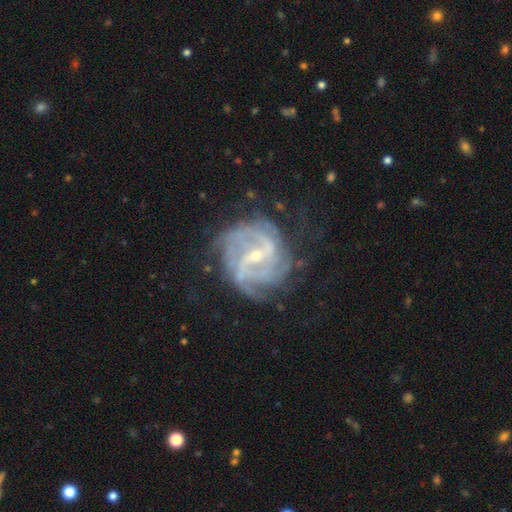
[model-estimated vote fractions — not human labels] Q: Smooth or featured?
A: featured or disk (90%); runner-up: star or artifact (6%)
Q: Edge-on disk?
A: no (97%); runner-up: yes (3%)
Q: Bar?
A: weak (47%); runner-up: strong (40%)
Q: Spiral arms?
A: yes (97%); runner-up: no (3%)
Q: Spiral winding?
A: medium (44%); runner-up: tight (42%)
Q: Spiral arm count?
A: 2 (34%); runner-up: can't tell (23%)
Q: Bulge size?
A: small (68%); runner-up: moderate (28%)
Q: Merging?
A: none (65%); runner-up: minor disturbance (20%)